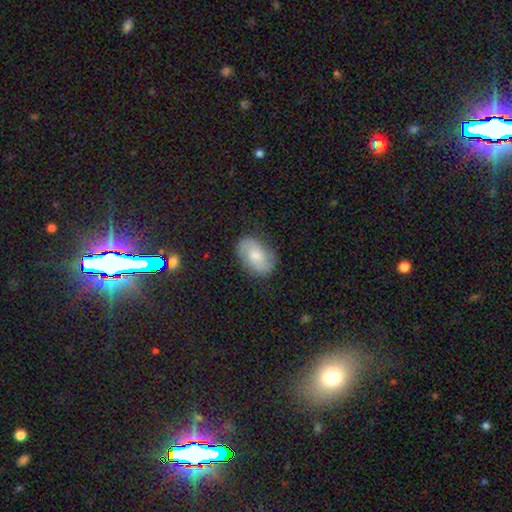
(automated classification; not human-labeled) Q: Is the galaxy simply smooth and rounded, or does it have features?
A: featured or disk — 53%.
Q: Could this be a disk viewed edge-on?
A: no — 97%.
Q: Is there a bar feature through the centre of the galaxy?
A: no — 54%.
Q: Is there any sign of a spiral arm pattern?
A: yes — 88%.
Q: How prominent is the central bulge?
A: moderate — 52%.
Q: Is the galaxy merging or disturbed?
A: none — 82%.